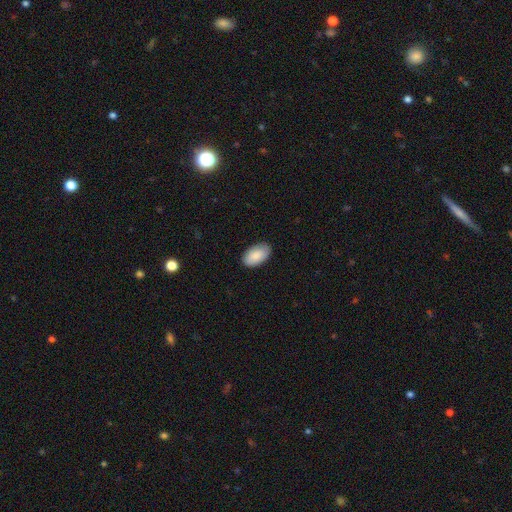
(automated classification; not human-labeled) This appears to be a smooth galaxy with no disk features (88%) that is in between round and cigar-shaped (95%). Merging: none (87%).